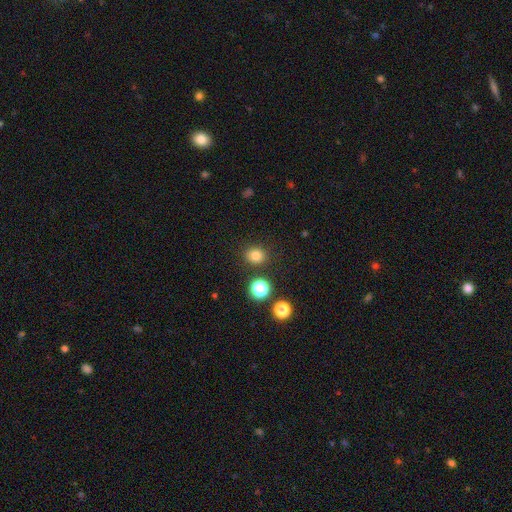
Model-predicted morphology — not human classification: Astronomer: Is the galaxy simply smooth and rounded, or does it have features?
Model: smooth — 80%.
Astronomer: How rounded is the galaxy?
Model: round — 75%.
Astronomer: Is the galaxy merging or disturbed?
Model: none — 87%.